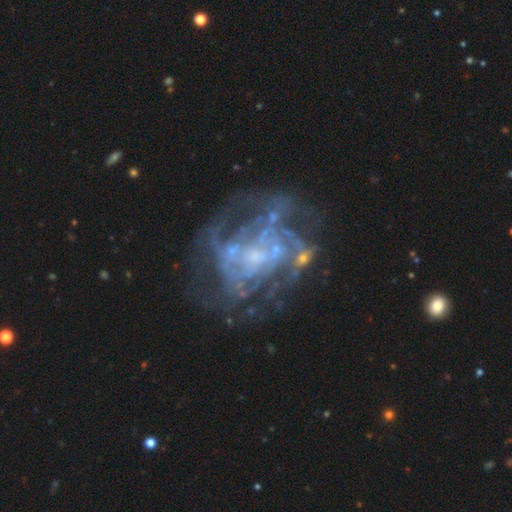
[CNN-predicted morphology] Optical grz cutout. It shows a featured or disk galaxy (83%) with no bar (64%), tight (47%) spiral arms (74%) and a small central bulge (50%). Merging: none (54%).